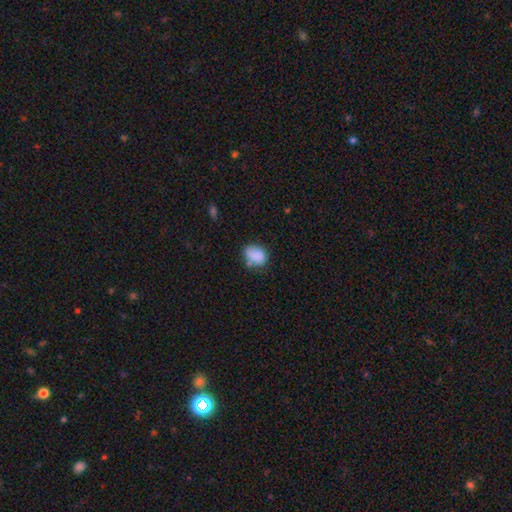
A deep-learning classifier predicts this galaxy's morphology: Smooth or featured? smooth (84%)
How rounded? in between (61%)
Merging? none (58%)